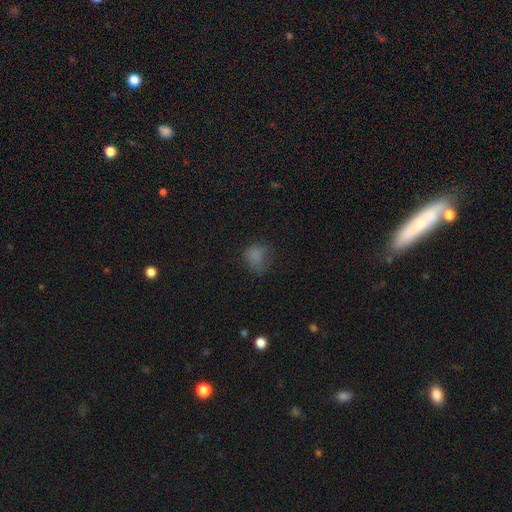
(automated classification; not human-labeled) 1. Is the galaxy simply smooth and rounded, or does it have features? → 73% smooth, 17% star or artifact, 9% featured or disk.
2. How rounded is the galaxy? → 52% in between, 47% round, 1% cigar-shaped.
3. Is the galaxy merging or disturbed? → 48% none, 29% minor disturbance, 21% major disturbance, 2% merger.